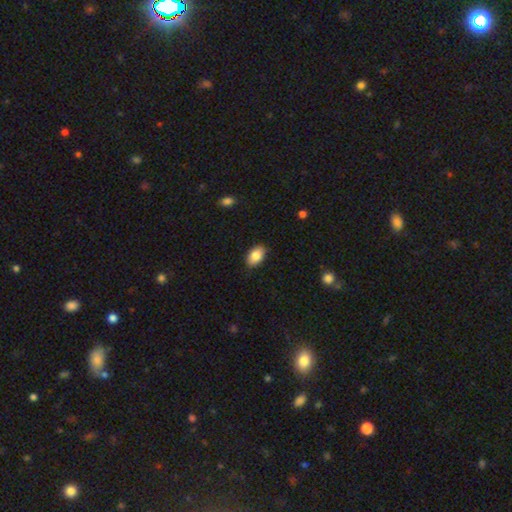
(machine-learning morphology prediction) The model was most divided on "merging": none: 86%, minor disturbance: 11%, major disturbance: 2%, merger: 1%. More confident: how rounded — in between (91%); smooth or featured — smooth (84%).